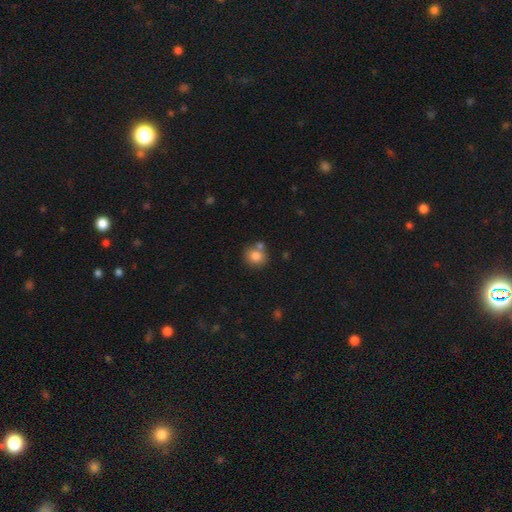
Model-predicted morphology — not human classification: type=smooth (82%); roundness=round (83%); merging=none (67%).